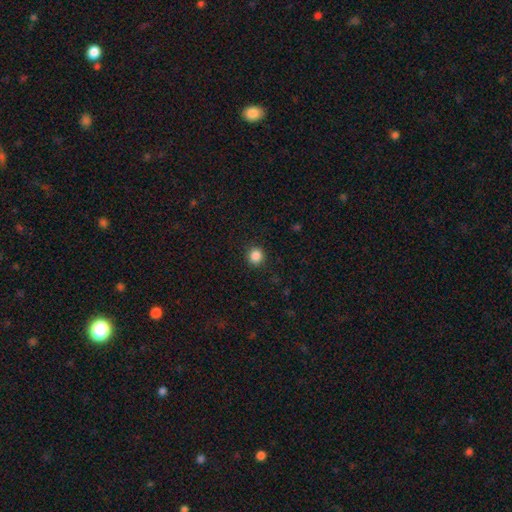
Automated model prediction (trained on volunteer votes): smooth-or-featured: smooth: 86% | star or artifact: 11% | featured or disk: 3%
  how-rounded: round: 91% | in between: 8% | cigar-shaped: 1%
  merging: none: 91% | minor disturbance: 6% | major disturbance: 2% | merger: 1%